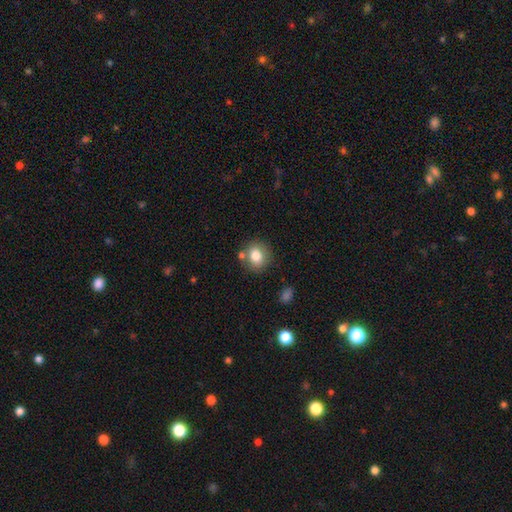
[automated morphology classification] This appears to be a smooth galaxy with no disk features (80%) that is round (78%). Merging: none (76%).